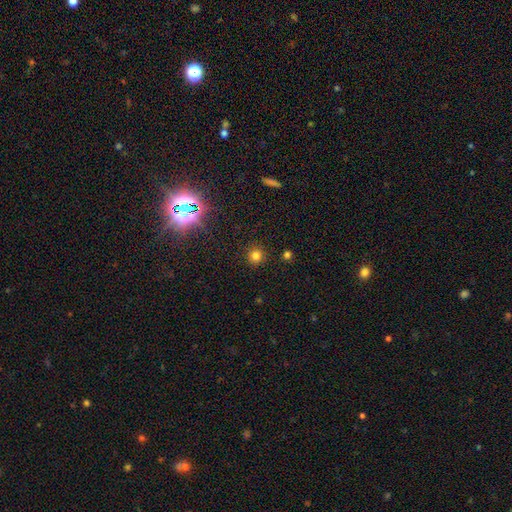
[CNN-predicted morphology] Smooth or featured? Predicted: smooth (p=0.78). How rounded? Predicted: round (p=0.94). Merging? Predicted: none (p=0.90).